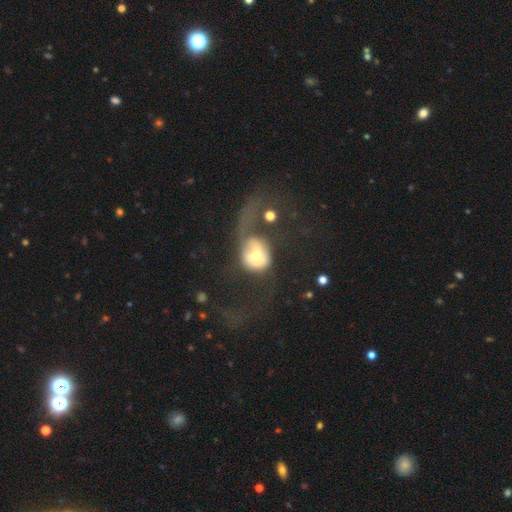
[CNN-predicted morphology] A smooth galaxy with no disk features (57%) that is round (63%). Merging: major disturbance (60%).